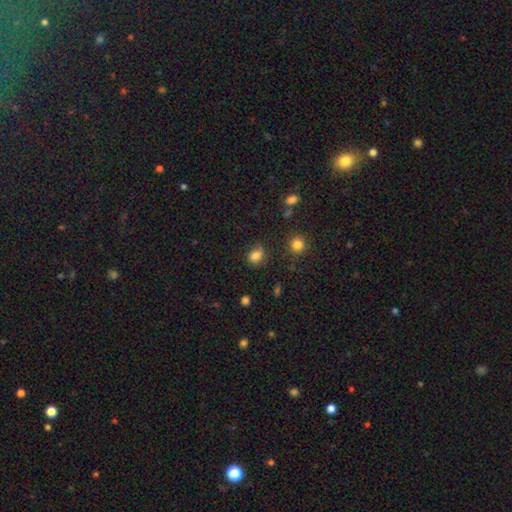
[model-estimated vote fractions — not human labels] This appears to be a smooth galaxy with no disk features (80%) that is in between round and cigar-shaped (53%). Merging: none (61%).